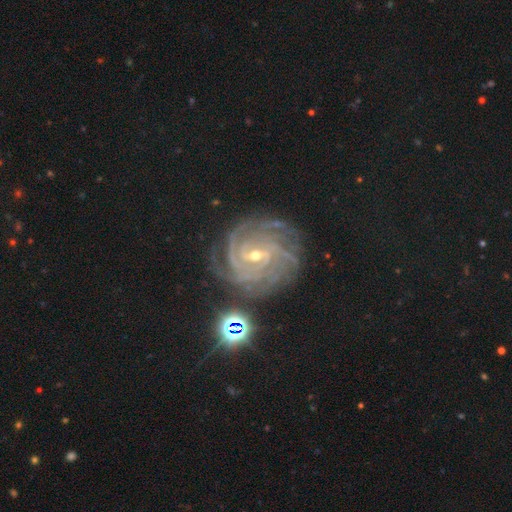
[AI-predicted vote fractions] Smooth or featured? Predicted: featured or disk (p=0.91). Edge-on disk? Predicted: no (p=0.98). Bar? Predicted: weak (p=0.51). Spiral arms? Predicted: yes (p=0.98). Spiral winding? Predicted: tight (p=0.79). Spiral arm count? Predicted: 4 (p=0.34). Bulge size? Predicted: small (p=0.60). Merging? Predicted: none (p=0.76).